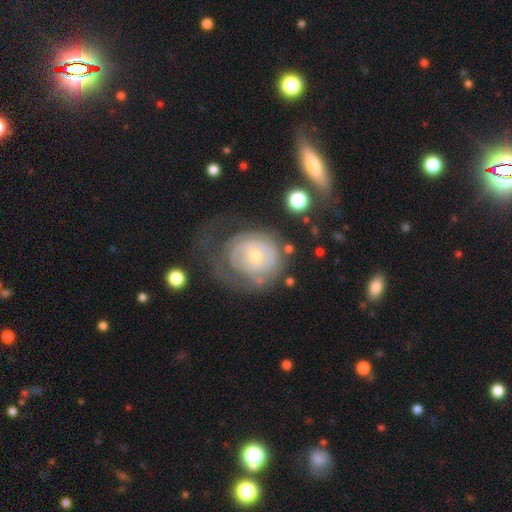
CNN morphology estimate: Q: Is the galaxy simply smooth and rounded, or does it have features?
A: featured or disk — 75%.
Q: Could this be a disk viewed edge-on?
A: no — 97%.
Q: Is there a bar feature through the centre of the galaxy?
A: no — 68%.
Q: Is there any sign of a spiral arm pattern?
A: yes — 82%.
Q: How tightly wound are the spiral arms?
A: tight — 71%.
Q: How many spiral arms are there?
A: can't tell — 48%.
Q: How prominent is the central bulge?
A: small — 53%.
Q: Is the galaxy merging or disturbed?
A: none — 47%.